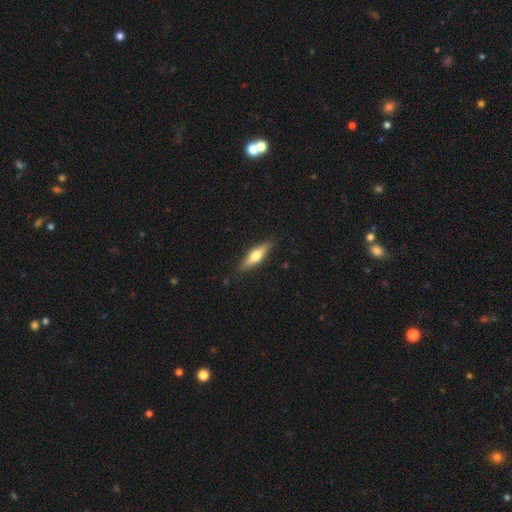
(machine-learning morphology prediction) smooth 52%, featured or disk 42%, star or artifact 6%. Down the decision tree: how rounded — cigar-shaped (63%); merging — none (86%).